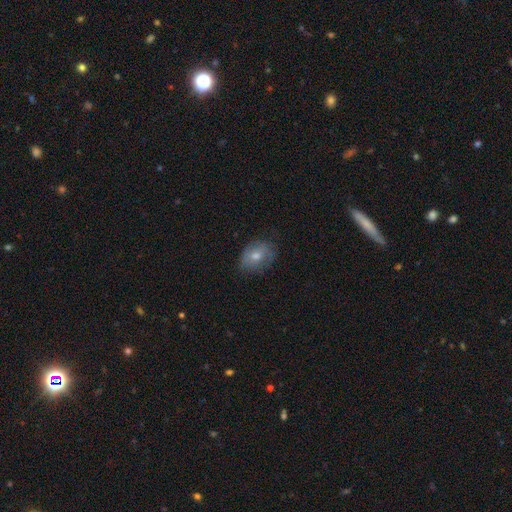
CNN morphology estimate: smooth 56%, featured or disk 31%, star or artifact 13%. Down the decision tree: how rounded — in between (65%); merging — none (76%).